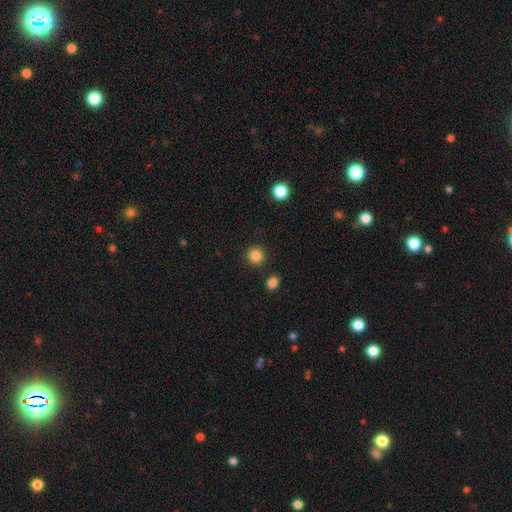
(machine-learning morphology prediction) This is clearly a smooth galaxy (86%). How rounded: clearly round (93%). Merging: clearly none (90%).